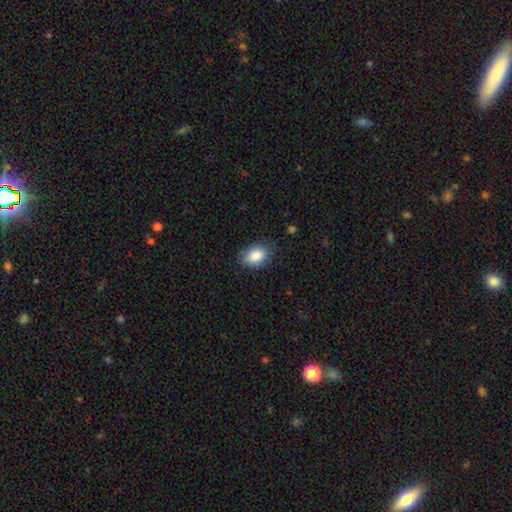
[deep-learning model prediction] Q: Smooth or featured?
A: smooth (88%); runner-up: star or artifact (7%)
Q: How rounded?
A: in between (77%); runner-up: round (22%)
Q: Merging?
A: none (82%); runner-up: minor disturbance (14%)